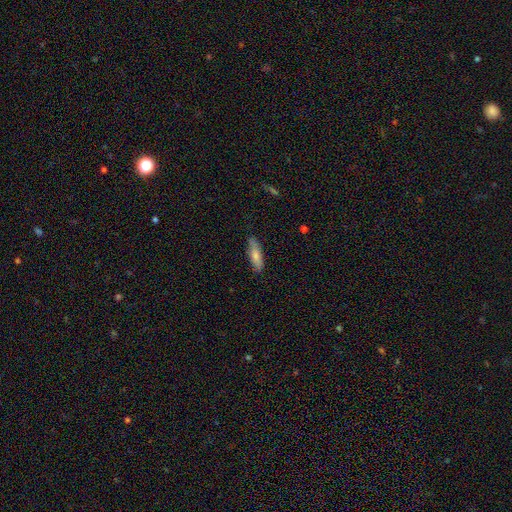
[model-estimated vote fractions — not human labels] A smooth galaxy with no disk features (73%) that is cigar-shaped (53%).

Vote fractions:
- Smooth or featured? smooth: 73% / featured or disk: 21% / star or artifact: 6%
- How rounded? cigar-shaped: 53% / in between: 45% / round: 2%
- Merging? none: 80% / minor disturbance: 16% / major disturbance: 3% / merger: 1%